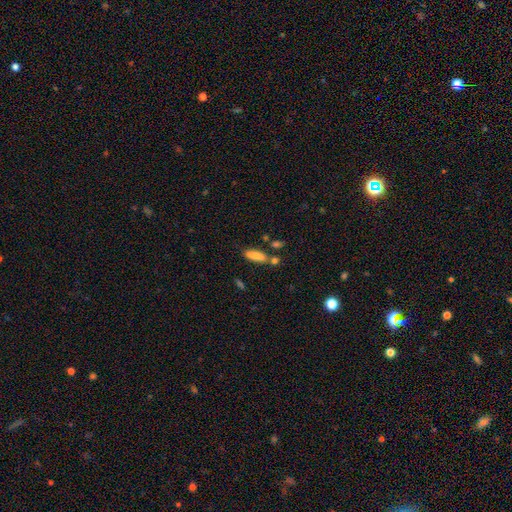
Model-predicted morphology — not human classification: type=smooth (84%); roundness=in between (54%); merging=none (69%).